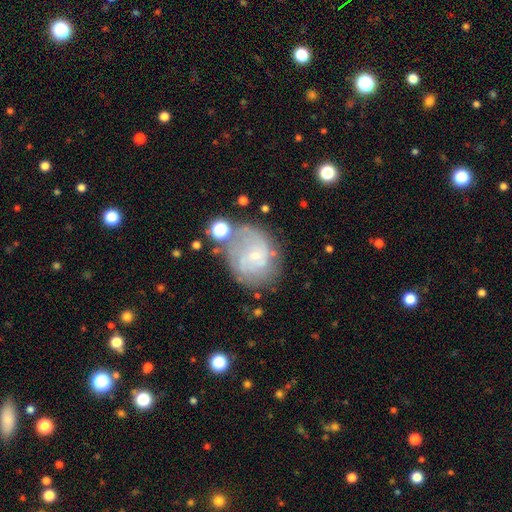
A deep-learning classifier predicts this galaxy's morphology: smooth_or_featured: featured or disk (p=0.73) [alt: smooth p=0.18]
disk_edge_on: no (p=0.98) [alt: yes p=0.02]
bar: no (p=0.68) [alt: weak p=0.28]
has_spiral_arms: yes (p=0.86) [alt: no p=0.14]
spiral_winding: tight (p=0.48) [alt: medium p=0.36]
spiral_arm_count: can't tell (p=0.42) [alt: 2 p=0.27]
bulge_size: small (p=0.81) [alt: moderate p=0.13]
merging: none (p=0.55) [alt: minor disturbance p=0.22]